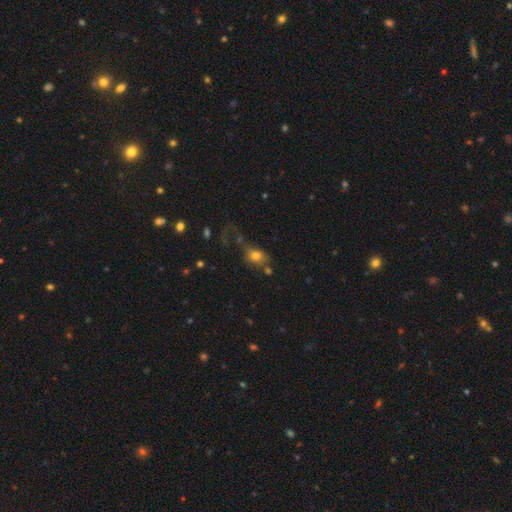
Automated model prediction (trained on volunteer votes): Smooth or featured? Predicted: smooth (p=0.74). How rounded? Predicted: in between (p=0.53). Merging? Predicted: none (p=0.40).